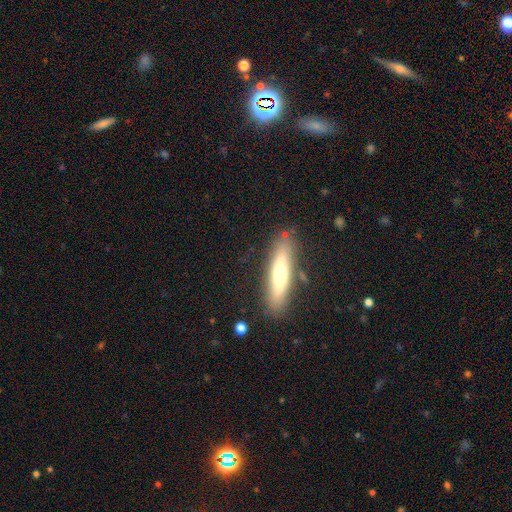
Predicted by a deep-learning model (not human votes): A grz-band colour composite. It shows a featured or disk galaxy (45%, tied with smooth). Merging: none (82%).